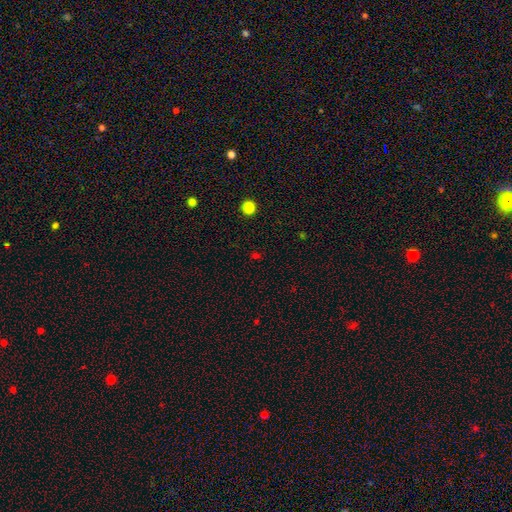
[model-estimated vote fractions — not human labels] The model was most divided on "smooth or featured": star or artifact: 49%, smooth: 46%, featured or disk: 5%.